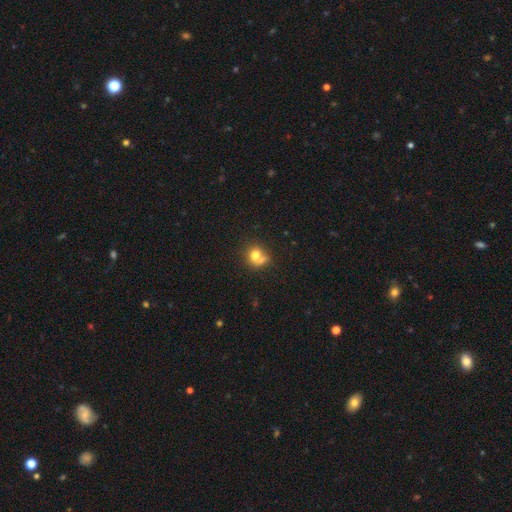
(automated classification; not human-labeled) smooth 73%, featured or disk 15%, star or artifact 13%. Down the decision tree: how rounded — round (79%); merging — none (46%).